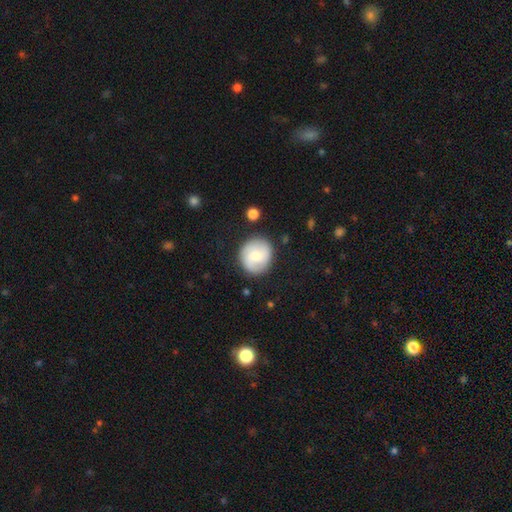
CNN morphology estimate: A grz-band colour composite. It shows a smooth galaxy with no disk features (57%) that is round (90%). Merging: none (84%).